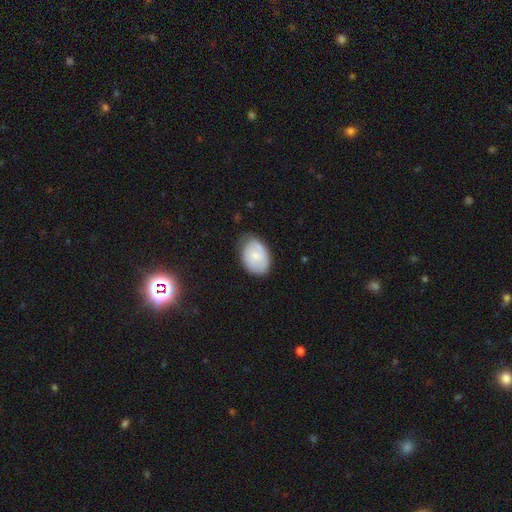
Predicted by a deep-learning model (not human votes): This is likely a smooth galaxy (60%). How rounded: likely in between (78%). Merging: likely none (68%).